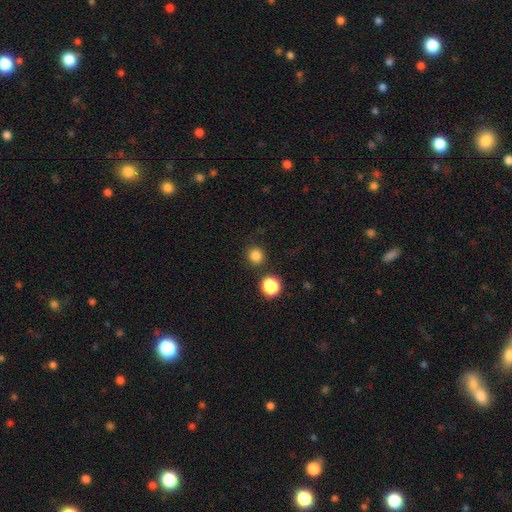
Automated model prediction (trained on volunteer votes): A smooth galaxy with no disk features (82%) that is round (91%).

Vote fractions:
- Smooth or featured? smooth: 82% / star or artifact: 14% / featured or disk: 4%
- How rounded? round: 91% / in between: 8% / cigar-shaped: 1%
- Merging? none: 85% / minor disturbance: 7% / merger: 6% / major disturbance: 3%